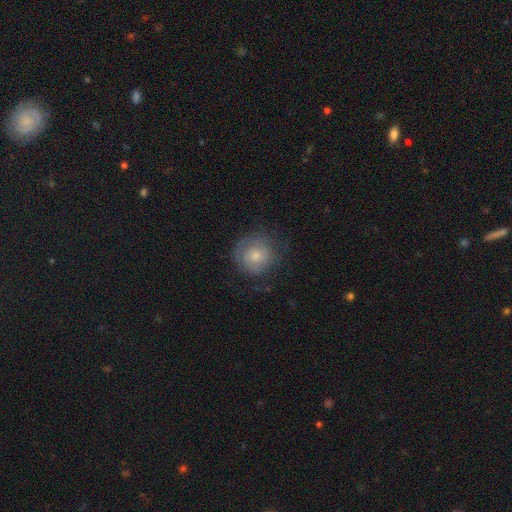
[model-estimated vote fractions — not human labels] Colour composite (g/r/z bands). It shows a smooth galaxy with no disk features (55%) that is round (91%). Merging: none (72%).